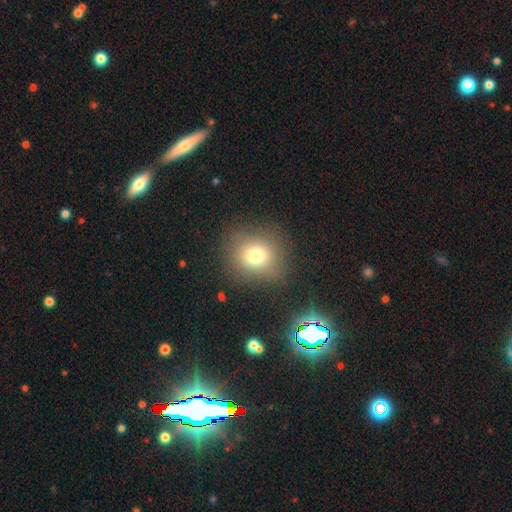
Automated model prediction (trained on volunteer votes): A smooth galaxy with no disk features (75%) that is round (81%).

Vote fractions:
- Smooth or featured? smooth: 75% / star or artifact: 15% / featured or disk: 10%
- How rounded? round: 81% / in between: 18% / cigar-shaped: 1%
- Merging? none: 82% / minor disturbance: 11% / major disturbance: 5% / merger: 2%